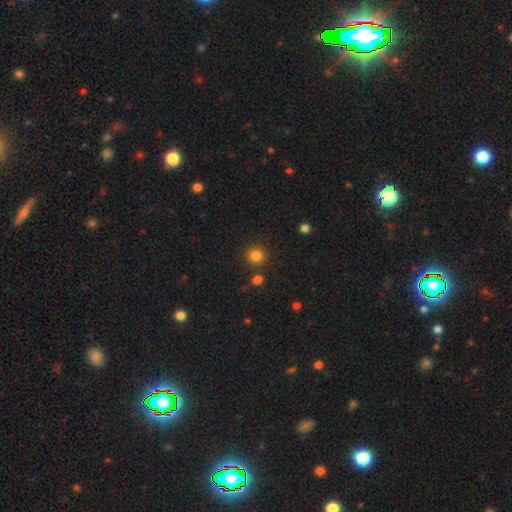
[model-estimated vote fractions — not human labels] Smooth or featured? smooth (82%)
How rounded? round (93%)
Merging? none (86%)